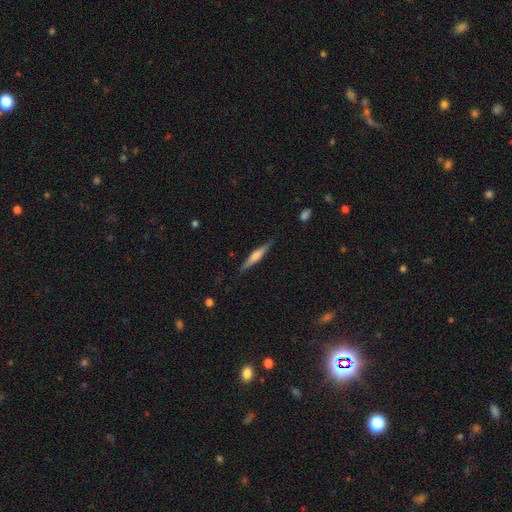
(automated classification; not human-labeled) Morphology: type=featured or disk (57%); edge-on=yes (97%); edge-on bulge=rounded (68%); merging=none (88%).